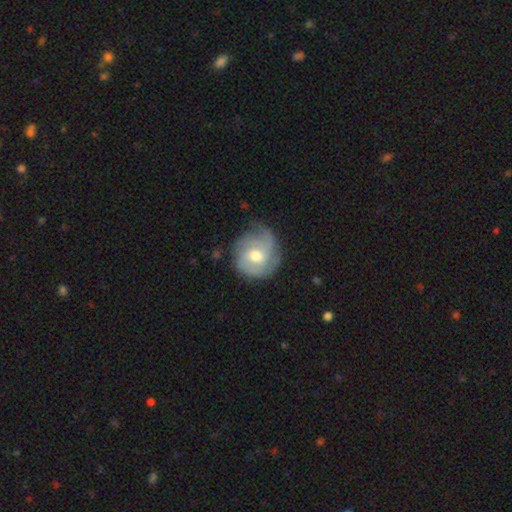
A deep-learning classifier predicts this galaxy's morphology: featured or disk 63%, smooth 31%, star or artifact 6%. Down the decision tree: edge-on disk — no (97%); bar — no (59%); spiral arms — yes (85%); spiral arm count — can't tell (32%); spiral winding — tight (46%); bulge size — moderate (74%); merging — none (62%).